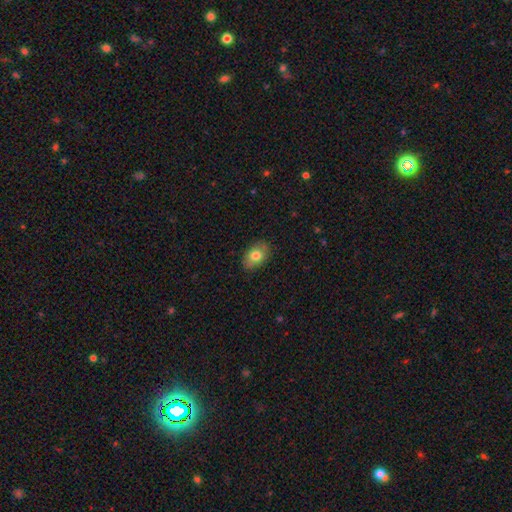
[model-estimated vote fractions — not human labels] A smooth galaxy with no disk features (78%) that is in between round and cigar-shaped (83%).

Vote fractions:
- Smooth or featured? smooth: 78% / featured or disk: 14% / star or artifact: 8%
- How rounded? in between: 83% / round: 16% / cigar-shaped: 1%
- Merging? none: 85% / minor disturbance: 12% / major disturbance: 2% / merger: 1%